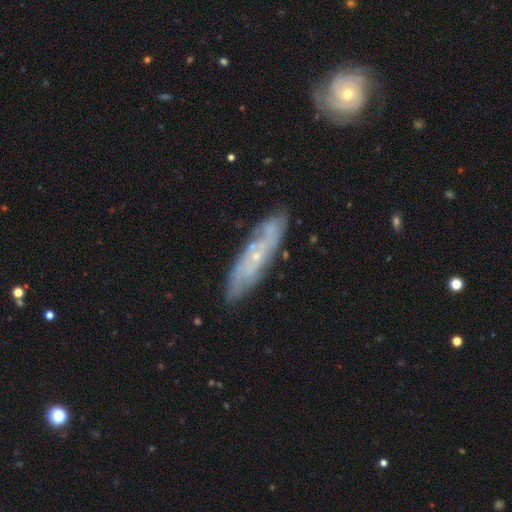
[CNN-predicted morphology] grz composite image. It shows a featured or disk galaxy (69%). Merging: none (80%).